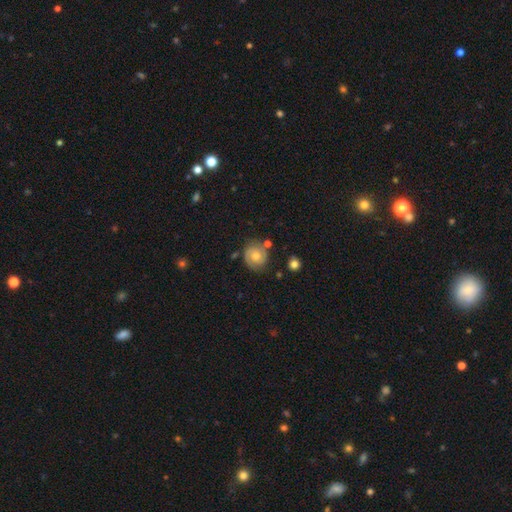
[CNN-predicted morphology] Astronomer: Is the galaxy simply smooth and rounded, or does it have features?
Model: smooth — 49% (runner-up: featured or disk, 42%).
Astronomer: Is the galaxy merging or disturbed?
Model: none — 73%.